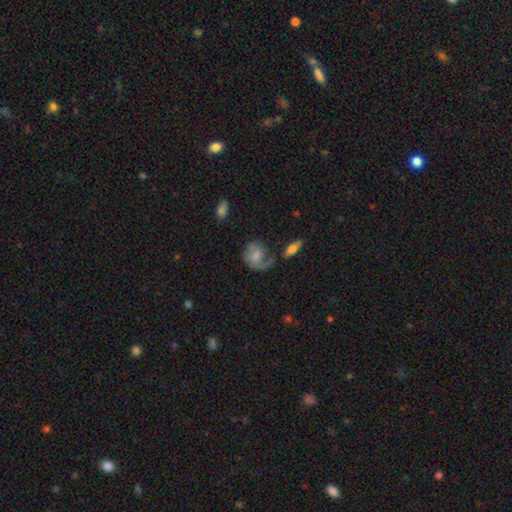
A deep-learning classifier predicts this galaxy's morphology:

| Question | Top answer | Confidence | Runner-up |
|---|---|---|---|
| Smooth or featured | featured or disk | 53% | smooth (39%) |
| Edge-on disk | no | 96% | yes (4%) |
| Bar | no | 63% | weak (32%) |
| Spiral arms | yes | 82% | no (18%) |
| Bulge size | moderate | 37% | small (35%) |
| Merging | none | 42% | major disturbance (28%) |